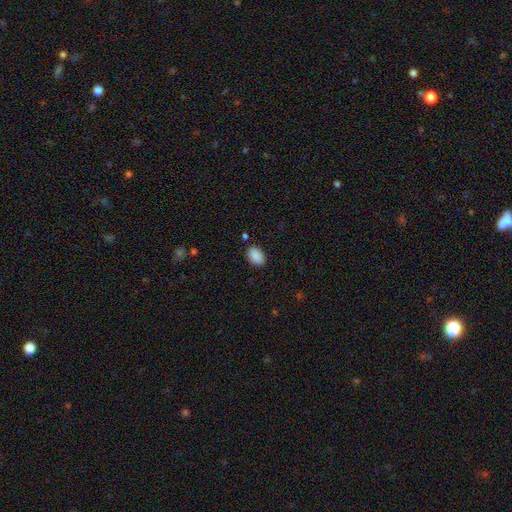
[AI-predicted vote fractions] Q: Smooth or featured?
A: smooth (90%); runner-up: star or artifact (7%)
Q: How rounded?
A: in between (86%); runner-up: round (12%)
Q: Merging?
A: none (85%); runner-up: minor disturbance (10%)